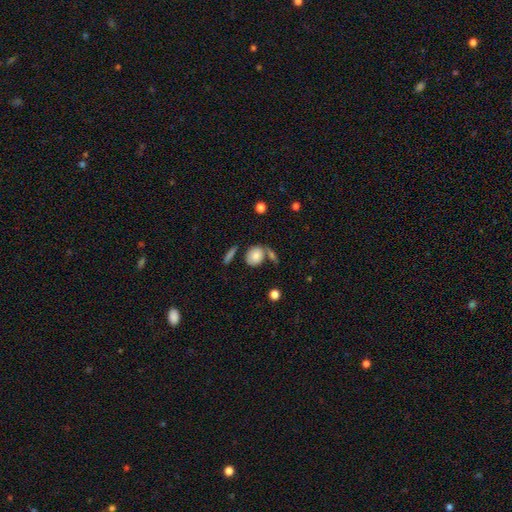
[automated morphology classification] The model was most divided on "how rounded": round: 61%, in between: 37%, cigar-shaped: 2%. More confident: smooth or featured — smooth (81%); merging — none (59%).